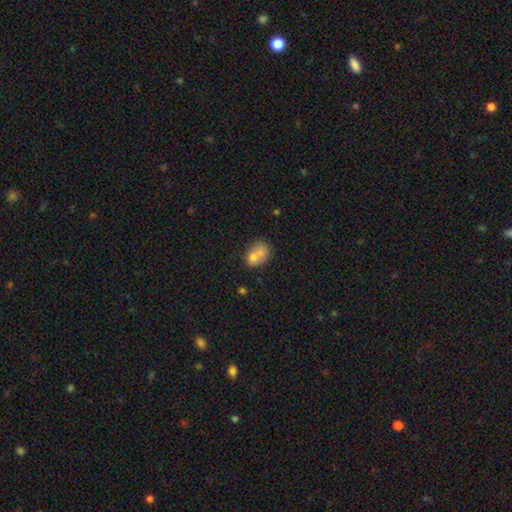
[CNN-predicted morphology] smooth-or-featured: smooth: 70% | featured or disk: 21% | star or artifact: 10%
  how-rounded: in between: 58% | round: 40% | cigar-shaped: 1%
  merging: merger: 44% | none: 34% | minor disturbance: 15% | major disturbance: 7%